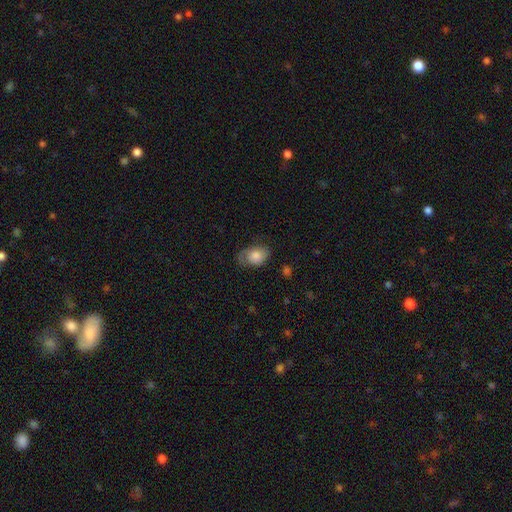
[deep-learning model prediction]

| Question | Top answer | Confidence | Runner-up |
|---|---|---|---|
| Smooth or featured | smooth | 72% | featured or disk (20%) |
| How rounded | in between | 80% | round (19%) |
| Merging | none | 52% | minor disturbance (31%) |